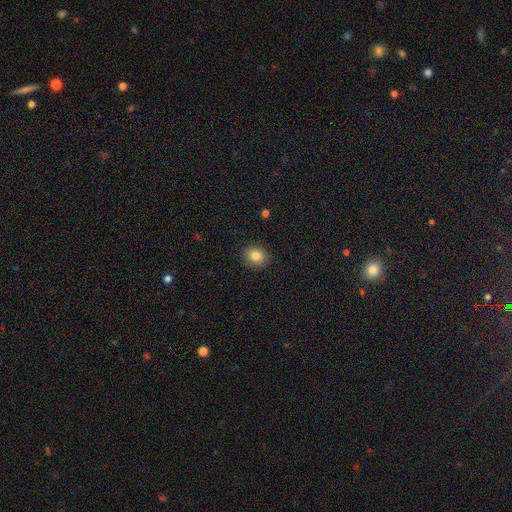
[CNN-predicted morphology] A smooth galaxy with no disk features (84%) that is round (72%).

Vote fractions:
- Smooth or featured? smooth: 84% / star or artifact: 10% / featured or disk: 6%
- How rounded? round: 72% / in between: 27% / cigar-shaped: 1%
- Merging? none: 90% / minor disturbance: 7% / major disturbance: 2% / merger: 1%